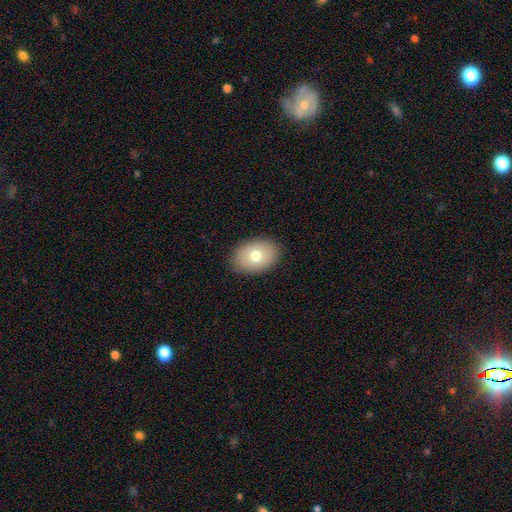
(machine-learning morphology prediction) This appears to be a smooth galaxy with no disk features (74%) that is in between round and cigar-shaped (84%). Merging: none (87%).